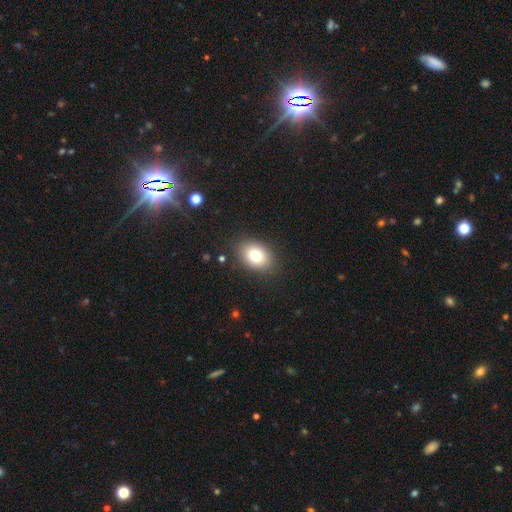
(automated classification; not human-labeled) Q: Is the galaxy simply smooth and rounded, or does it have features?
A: smooth — 79%.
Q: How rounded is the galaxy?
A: in between — 77%.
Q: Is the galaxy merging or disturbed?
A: none — 85%.